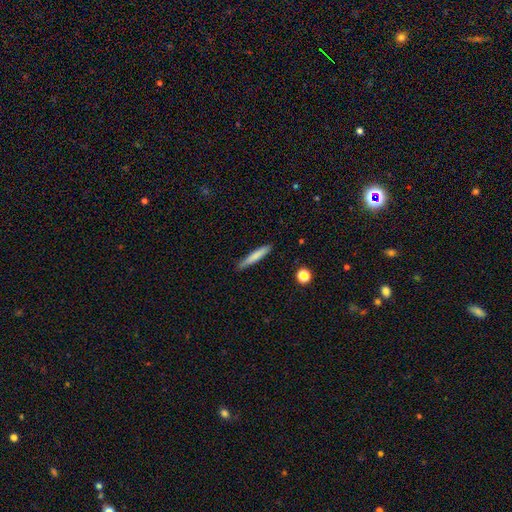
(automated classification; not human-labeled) smooth-or-featured: smooth: 76% | featured or disk: 18% | star or artifact: 7%
  how-rounded: cigar-shaped: 93% | in between: 6% | round: 1%
  merging: none: 84% | minor disturbance: 13% | major disturbance: 2% | merger: 2%